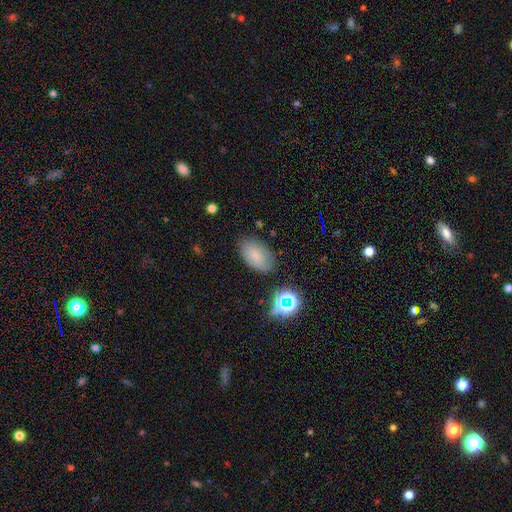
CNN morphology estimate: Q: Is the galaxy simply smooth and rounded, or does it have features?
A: smooth — 75%.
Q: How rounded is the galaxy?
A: in between — 92%.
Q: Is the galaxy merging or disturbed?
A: none — 79%.